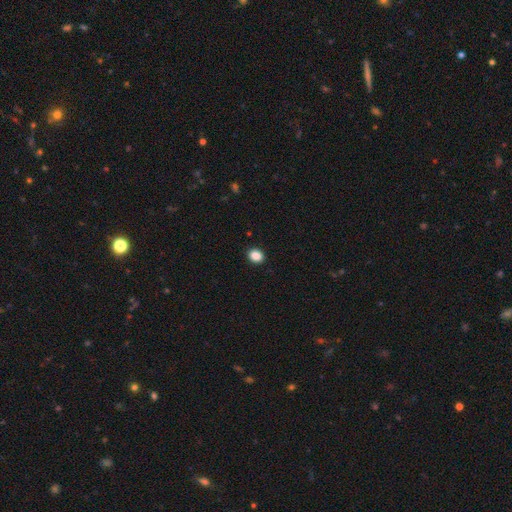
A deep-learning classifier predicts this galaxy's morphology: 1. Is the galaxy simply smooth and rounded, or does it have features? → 88% smooth, 9% star or artifact, 2% featured or disk.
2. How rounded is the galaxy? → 52% in between, 47% round, 1% cigar-shaped.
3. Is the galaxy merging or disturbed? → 91% none, 7% minor disturbance, 2% major disturbance, 1% merger.